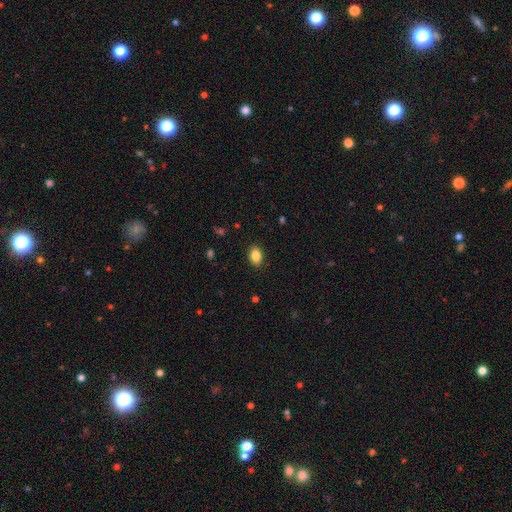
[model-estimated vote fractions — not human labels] A smooth galaxy with no disk features (86%) that is in between round and cigar-shaped (83%).

Vote fractions:
- Smooth or featured? smooth: 86% / star or artifact: 9% / featured or disk: 5%
- How rounded? in between: 83% / round: 16% / cigar-shaped: 1%
- Merging? none: 88% / minor disturbance: 9% / major disturbance: 2% / merger: 1%